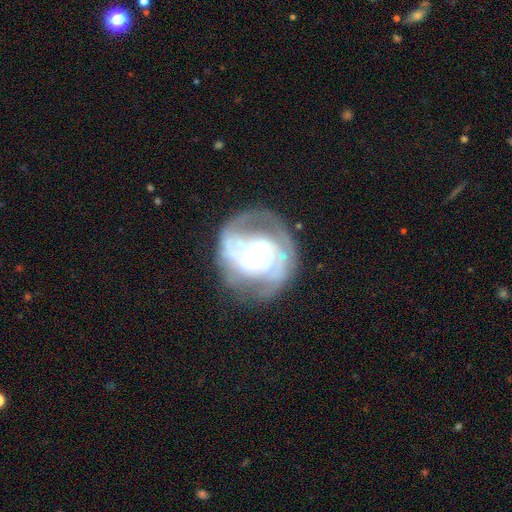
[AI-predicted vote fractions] This appears to be a featured or disk galaxy (85%) with no bar (60%), 2 (47%) tight (55%) spiral arms (92%) and a moderate central bulge (64%). Merging: none (64%).